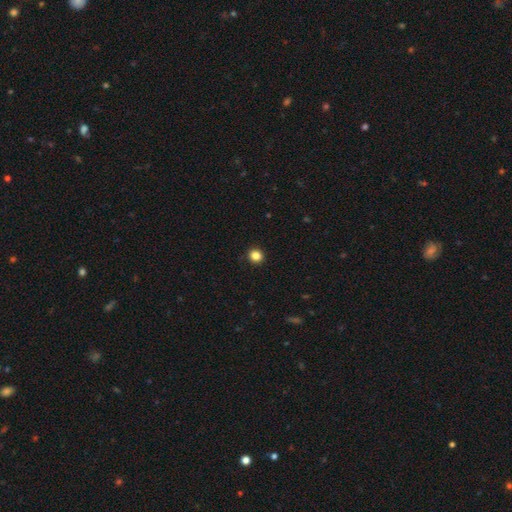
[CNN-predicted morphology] Smooth or featured? smooth (85%)
How rounded? round (88%)
Merging? none (92%)